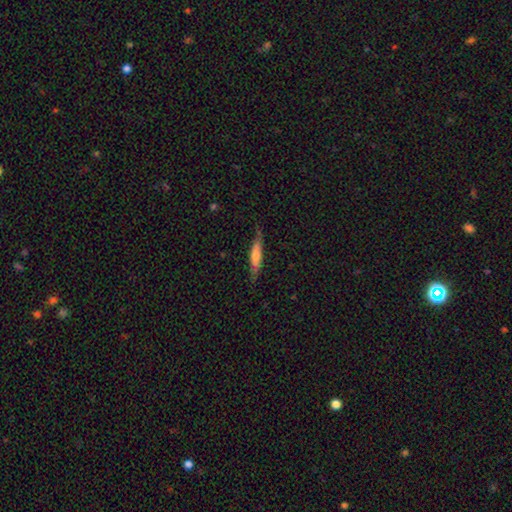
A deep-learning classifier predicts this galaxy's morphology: This appears to be a smooth galaxy with no disk features (48%). Merging: none (78%).